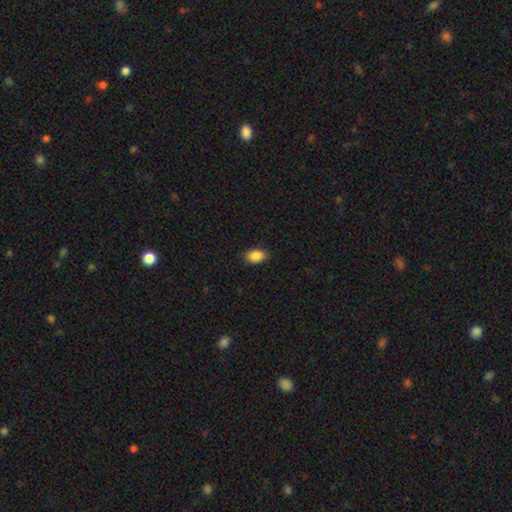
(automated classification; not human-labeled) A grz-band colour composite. It shows a smooth galaxy with no disk features (89%) that is in between round and cigar-shaped (87%). Merging: none (86%).